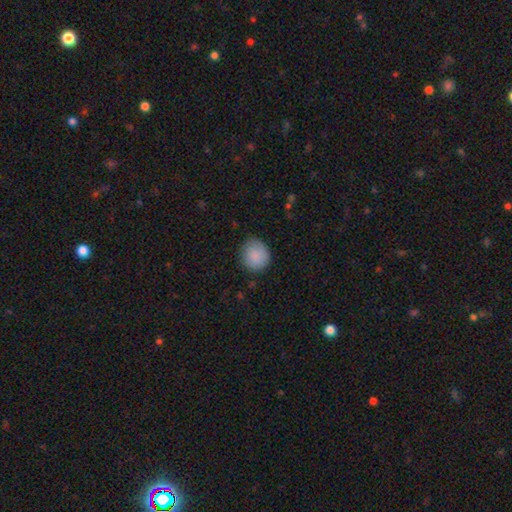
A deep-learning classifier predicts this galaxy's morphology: smooth-or-featured: smooth: 87% | star or artifact: 8% | featured or disk: 5%
  how-rounded: round: 81% | in between: 18% | cigar-shaped: 1%
  merging: none: 80% | minor disturbance: 15% | major disturbance: 3% | merger: 1%